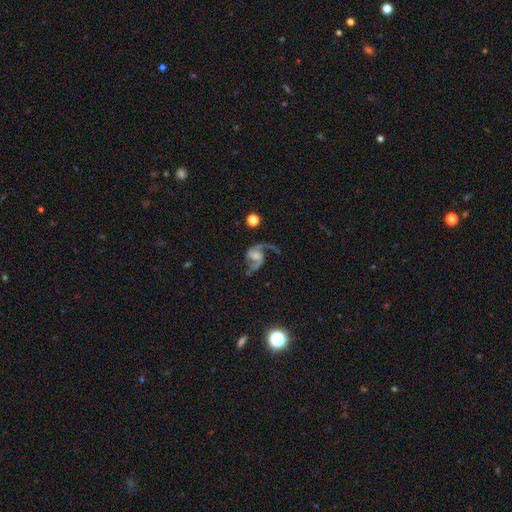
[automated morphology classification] type=featured or disk (88%); edge-on=no (98%); bar=no (45%); spiral arms=yes (97%); winding=loose (56%); arm count=2 (91%); bulge=moderate (30%); merging=none (62%).